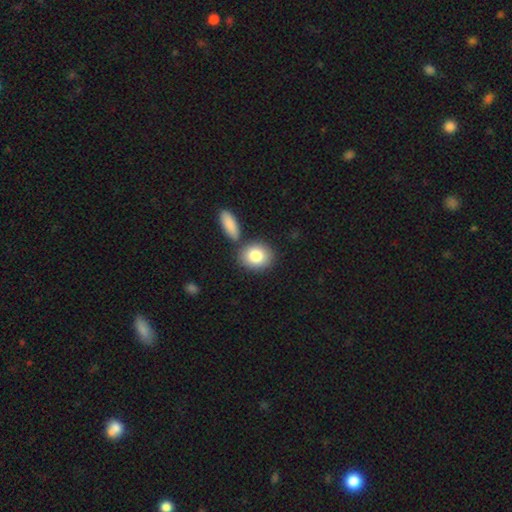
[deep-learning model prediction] smooth 83%, featured or disk 10%, star or artifact 7%. Down the decision tree: how rounded — round (53%); merging — none (68%).